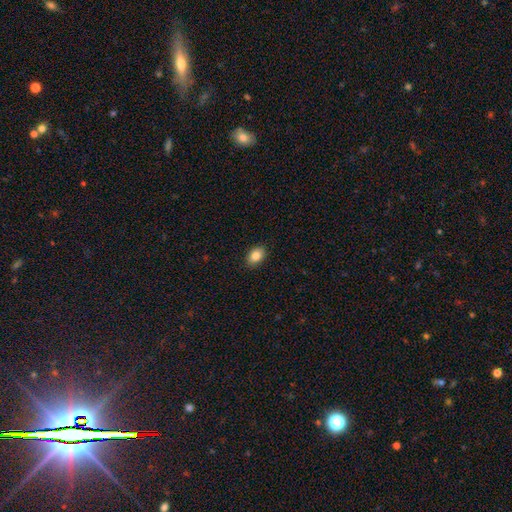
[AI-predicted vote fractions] Smooth or featured? Predicted: smooth (p=0.86). How rounded? Predicted: in between (p=0.83). Merging? Predicted: none (p=0.89).